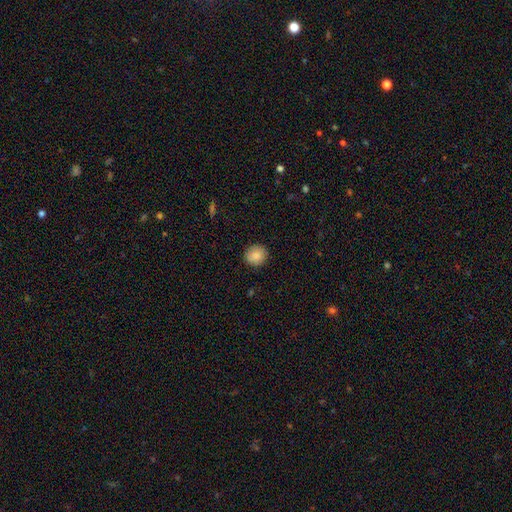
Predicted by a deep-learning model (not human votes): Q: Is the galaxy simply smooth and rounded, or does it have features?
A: smooth — 84%.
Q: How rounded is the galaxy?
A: round — 82%.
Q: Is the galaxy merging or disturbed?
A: none — 89%.